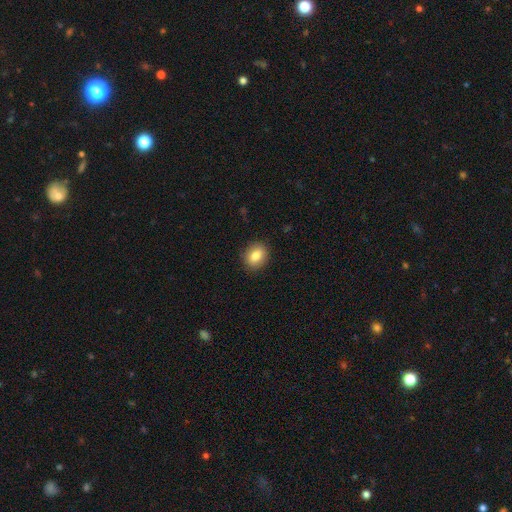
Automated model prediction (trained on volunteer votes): Smooth or featured?
  - smooth: 83% *
  - star or artifact: 8%
  - featured or disk: 8%
How rounded?
  - in between: 54% *
  - round: 45%
  - cigar-shaped: 1%
Merging?
  - none: 89% *
  - minor disturbance: 8%
  - major disturbance: 2%
  - merger: 1%